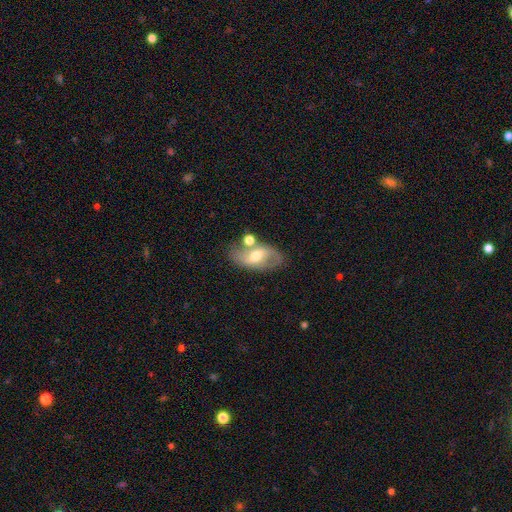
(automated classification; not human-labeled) smooth-or-featured: featured or disk: 66% | smooth: 26% | star or artifact: 7%
  disk-edge-on: no: 93% | yes: 7%
    bar: weak: 42% | strong: 30% | no: 29%
    has-spiral-arms: yes: 74% | no: 26%
    bulge-size: moderate: 66% | small: 25% | large: 6% | none: 1% | dominant: 1%
  merging: none: 65% | minor disturbance: 15% | merger: 14% | major disturbance: 6%